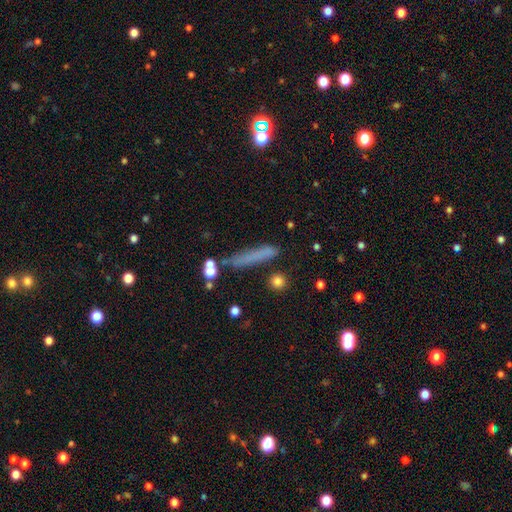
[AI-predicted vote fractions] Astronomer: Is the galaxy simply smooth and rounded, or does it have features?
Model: smooth — 64%.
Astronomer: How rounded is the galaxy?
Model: cigar-shaped — 90%.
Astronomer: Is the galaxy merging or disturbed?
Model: none — 75%.